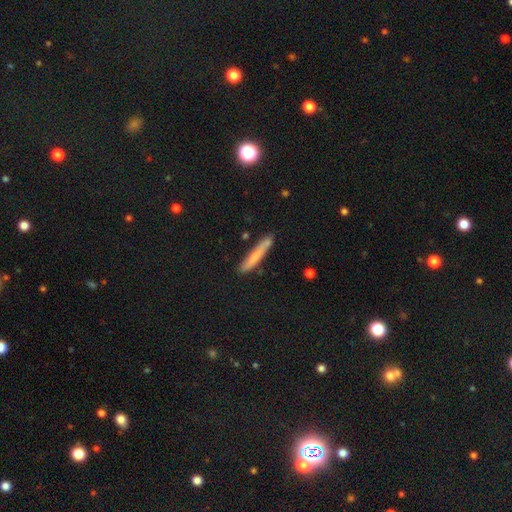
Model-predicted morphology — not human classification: This appears to be a smooth galaxy with no disk features (71%) that is cigar-shaped (94%). Merging: none (80%).